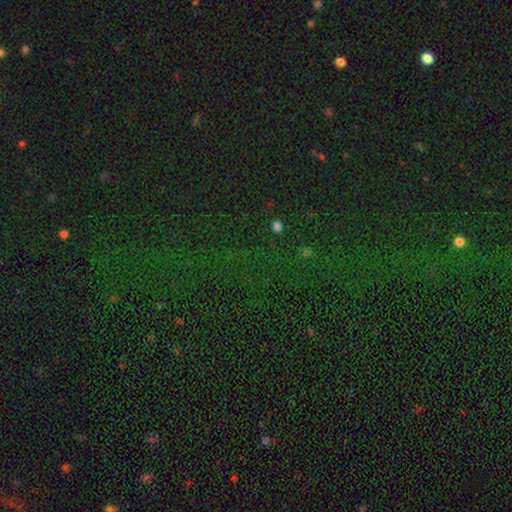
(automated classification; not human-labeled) This is clearly a star or artifact rather than a galaxy (81%).